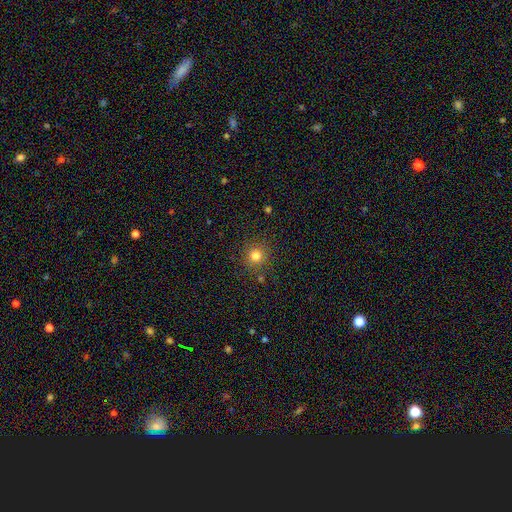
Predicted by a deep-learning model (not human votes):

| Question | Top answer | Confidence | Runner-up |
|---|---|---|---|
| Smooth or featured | smooth | 79% | star or artifact (14%) |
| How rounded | round | 93% | in between (6%) |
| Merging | none | 87% | minor disturbance (8%) |